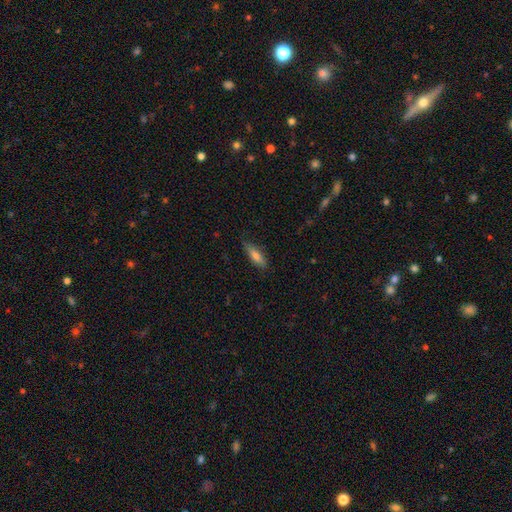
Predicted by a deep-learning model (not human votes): This appears to be a smooth galaxy with no disk features (72%) that is cigar-shaped (60%). Merging: none (81%).